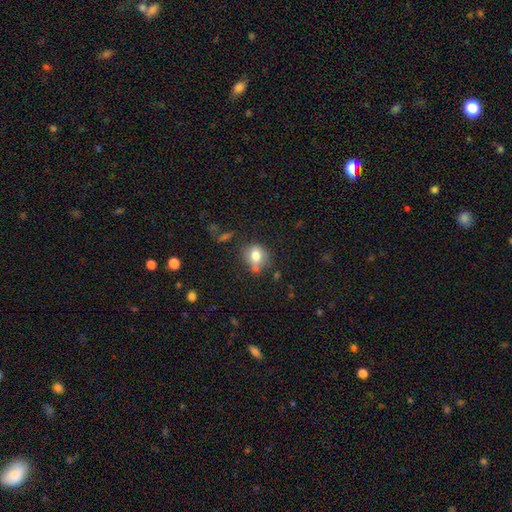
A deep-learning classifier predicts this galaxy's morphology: The model was most divided on "how rounded": round: 65%, in between: 33%, cigar-shaped: 1%. More confident: smooth or featured — smooth (75%); merging — none (57%).